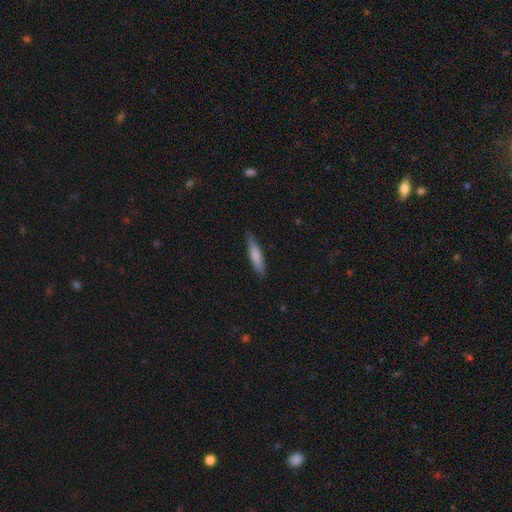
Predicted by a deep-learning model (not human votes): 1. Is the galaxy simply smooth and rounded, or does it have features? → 74% smooth, 21% featured or disk, 5% star or artifact.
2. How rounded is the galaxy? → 86% cigar-shaped, 12% in between, 1% round.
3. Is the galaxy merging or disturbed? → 85% none, 12% minor disturbance, 2% major disturbance, 1% merger.